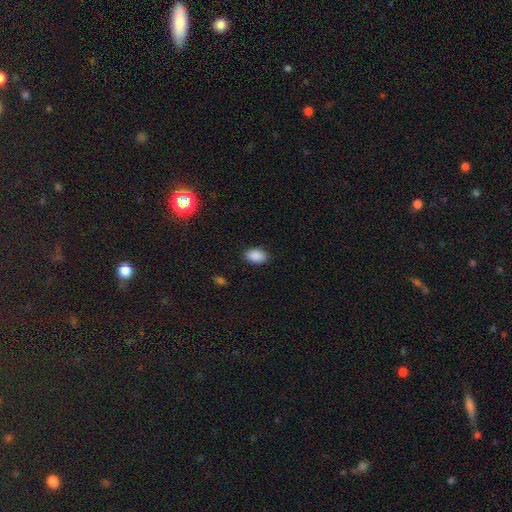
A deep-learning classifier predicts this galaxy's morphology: Smooth or featured? Predicted: smooth (p=0.89). How rounded? Predicted: in between (p=0.87). Merging? Predicted: none (p=0.87).